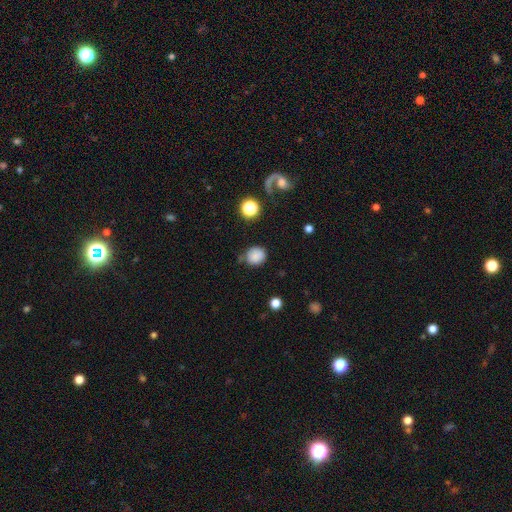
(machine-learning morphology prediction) smooth_or_featured: smooth (p=0.84) [alt: star or artifact p=0.11]
how_rounded: round (p=0.83) [alt: in between p=0.16]
merging: none (p=0.72) [alt: minor disturbance p=0.18]